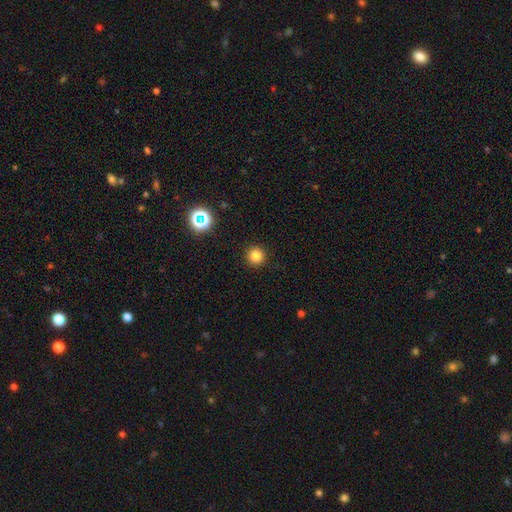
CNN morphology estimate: Smooth or featured? Predicted: smooth (p=0.81). How rounded? Predicted: round (p=0.95). Merging? Predicted: none (p=0.92).